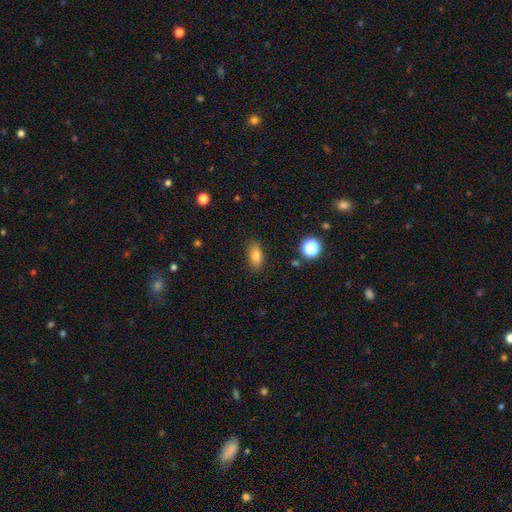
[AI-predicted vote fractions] smooth 80%, featured or disk 10%, star or artifact 10%. Down the decision tree: how rounded — in between (82%); merging — none (87%).